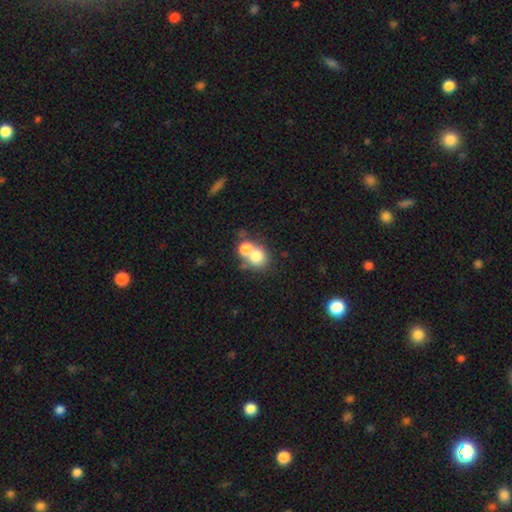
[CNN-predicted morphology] A smooth galaxy with no disk features (72%) that is round (75%). Merging: merger (58%).